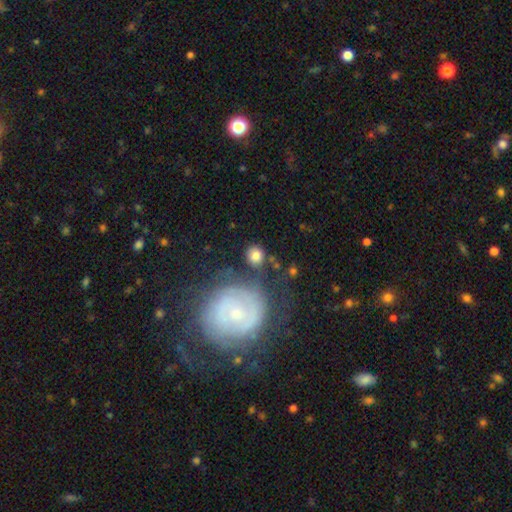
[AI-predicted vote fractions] smooth-or-featured: smooth: 78% | featured or disk: 14% | star or artifact: 8%
  how-rounded: round: 82% | in between: 17% | cigar-shaped: 1%
  merging: none: 70% | minor disturbance: 13% | merger: 10% | major disturbance: 7%